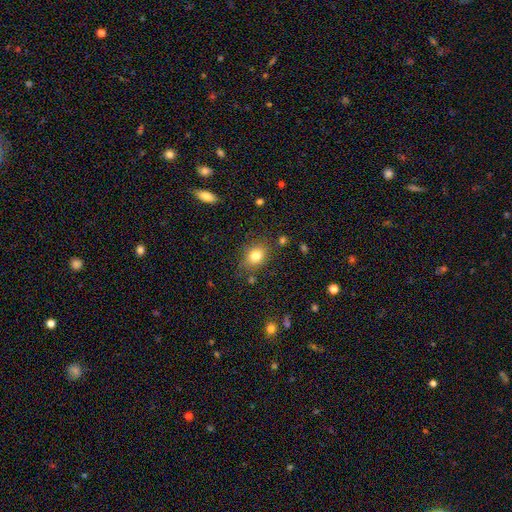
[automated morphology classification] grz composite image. It shows a smooth galaxy with no disk features (81%) that is in between round and cigar-shaped (50%). Merging: none (80%).